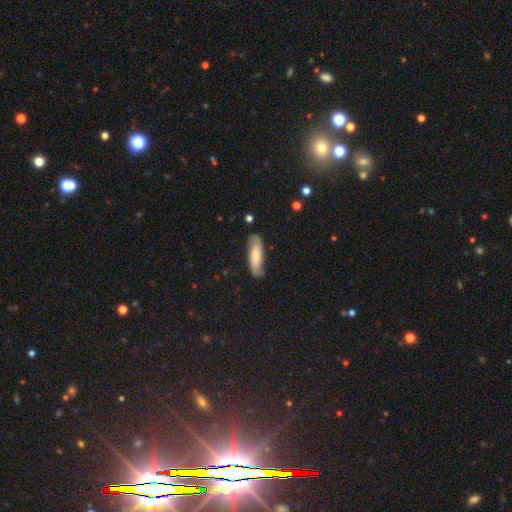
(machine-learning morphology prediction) Q: Smooth or featured?
A: smooth (60%); runner-up: featured or disk (33%)
Q: How rounded?
A: in between (49%); tied with: cigar-shaped (49%)
Q: Merging?
A: none (72%); runner-up: minor disturbance (21%)